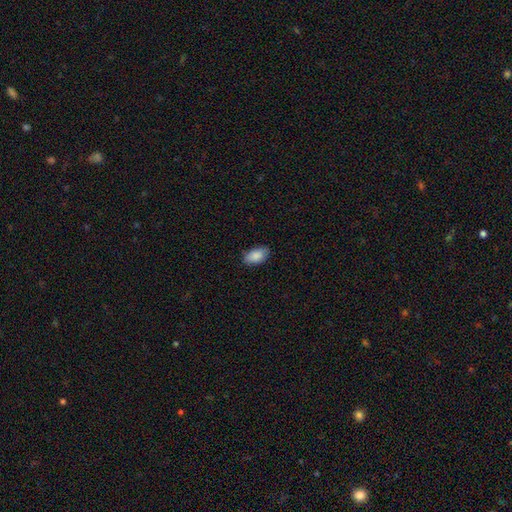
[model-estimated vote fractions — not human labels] Smooth or featured? smooth (88%)
How rounded? in between (94%)
Merging? none (83%)